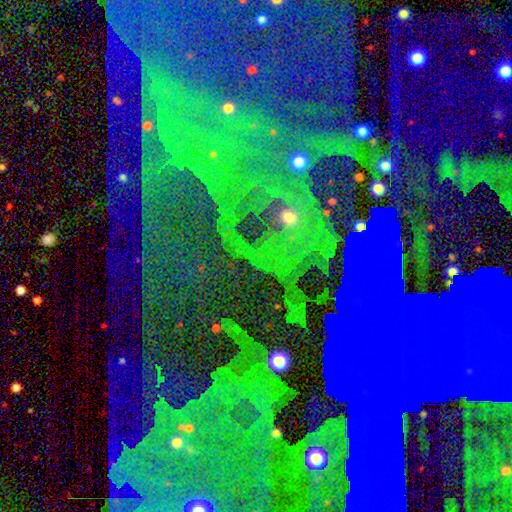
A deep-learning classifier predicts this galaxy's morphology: This is clearly a star or artifact rather than a galaxy (82%).